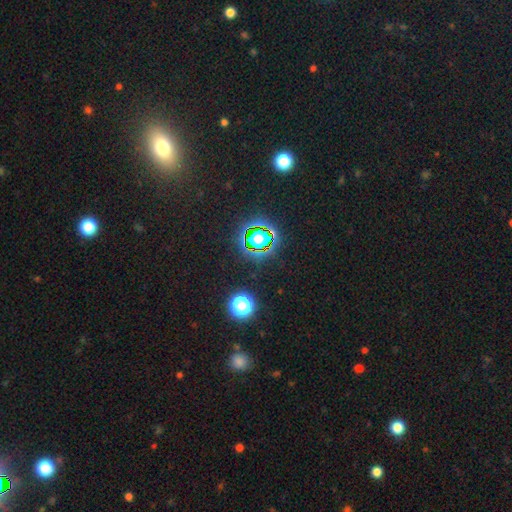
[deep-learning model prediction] smooth-or-featured: star or artifact: 64% | smooth: 27% | featured or disk: 9%